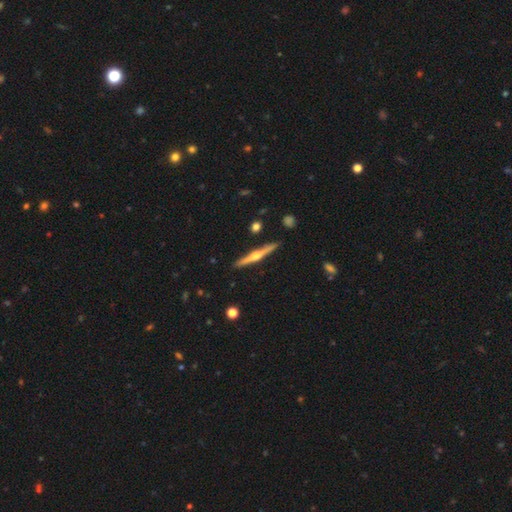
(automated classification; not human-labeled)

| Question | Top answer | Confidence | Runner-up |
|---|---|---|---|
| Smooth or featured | featured or disk | 76% | smooth (19%) |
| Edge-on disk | yes | 98% | no (2%) |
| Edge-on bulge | rounded | 92% | none (5%) |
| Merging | none | 91% | minor disturbance (6%) |